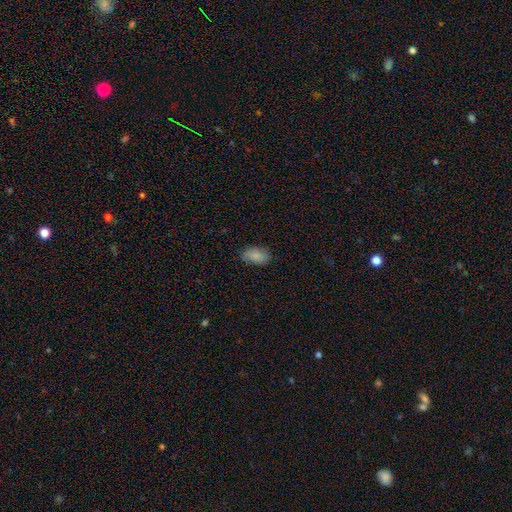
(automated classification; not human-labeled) The model was most divided on "merging": none: 76%, minor disturbance: 19%, major disturbance: 4%, merger: 1%. More confident: how rounded — in between (92%); smooth or featured — smooth (85%).